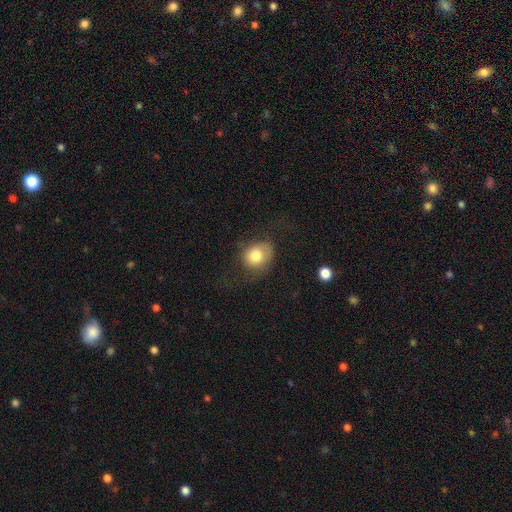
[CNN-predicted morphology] Q: Smooth or featured?
A: smooth (77%); runner-up: featured or disk (14%)
Q: How rounded?
A: round (63%); runner-up: in between (36%)
Q: Merging?
A: none (56%); runner-up: minor disturbance (24%)